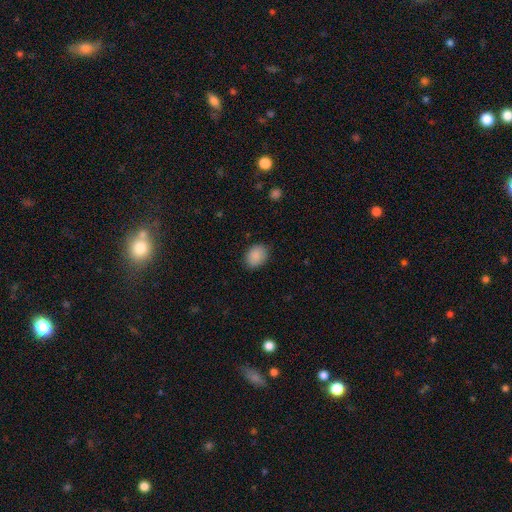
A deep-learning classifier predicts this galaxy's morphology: A smooth galaxy with no disk features (89%) that is in between round and cigar-shaped (68%).

Vote fractions:
- Smooth or featured? smooth: 89% / star or artifact: 7% / featured or disk: 4%
- How rounded? in between: 68% / round: 32% / cigar-shaped: 1%
- Merging? none: 84% / minor disturbance: 12% / major disturbance: 3% / merger: 1%